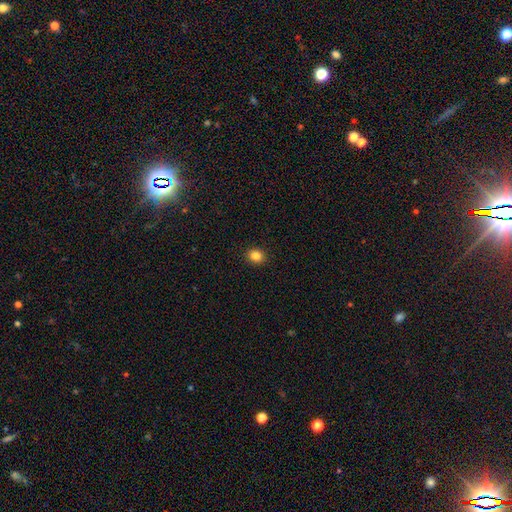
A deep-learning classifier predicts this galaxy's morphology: A smooth galaxy with no disk features (85%) that is round (68%). Merging: none (92%).